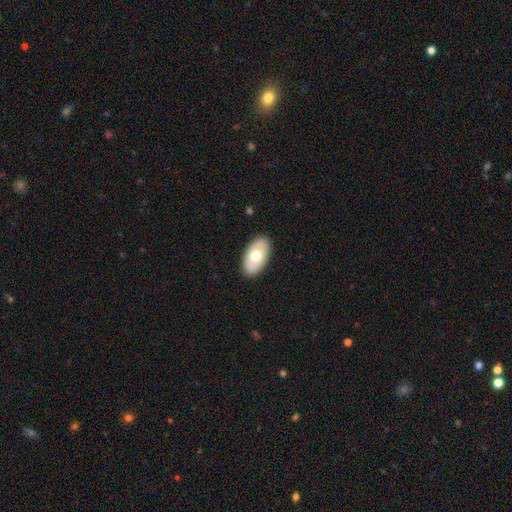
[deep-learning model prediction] smooth_or_featured: smooth (p=0.59) [alt: featured or disk p=0.36]
how_rounded: in between (p=0.94) [alt: round p=0.05]
merging: none (p=0.87) [alt: minor disturbance p=0.09]